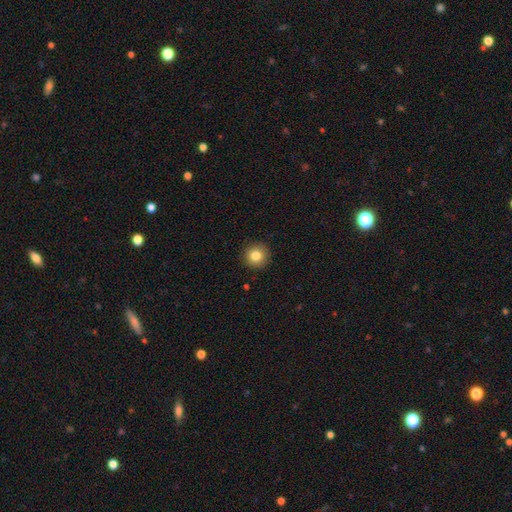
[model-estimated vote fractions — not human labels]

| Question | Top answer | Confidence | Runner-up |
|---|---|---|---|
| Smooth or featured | smooth | 83% | star or artifact (10%) |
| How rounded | round | 95% | in between (4%) |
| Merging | none | 92% | minor disturbance (5%) |